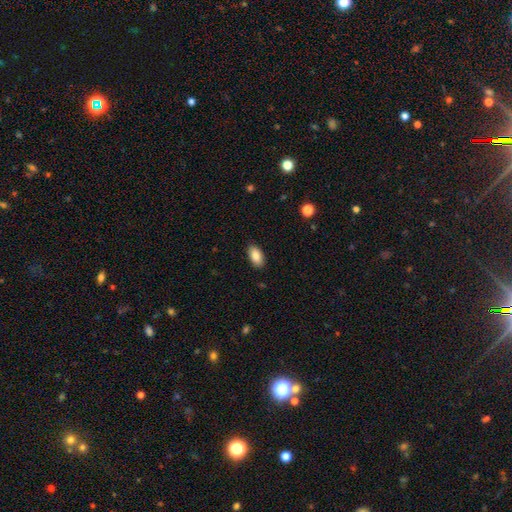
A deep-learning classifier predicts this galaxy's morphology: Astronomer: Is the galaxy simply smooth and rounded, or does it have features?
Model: smooth — 87%.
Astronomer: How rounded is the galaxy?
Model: in between — 94%.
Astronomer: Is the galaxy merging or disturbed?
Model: none — 87%.